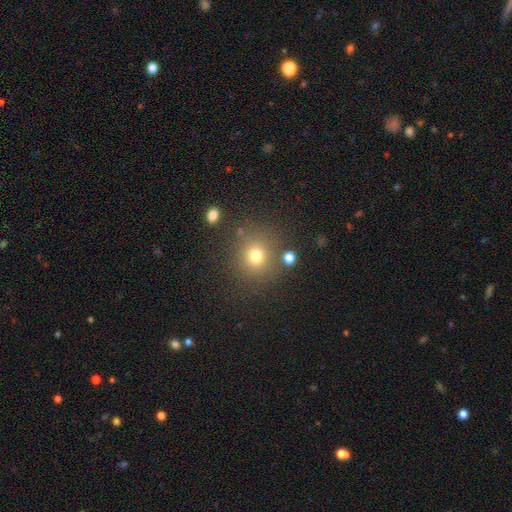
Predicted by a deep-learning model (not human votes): This appears to be a smooth galaxy with no disk features (74%) that is round (87%). Merging: none (81%).